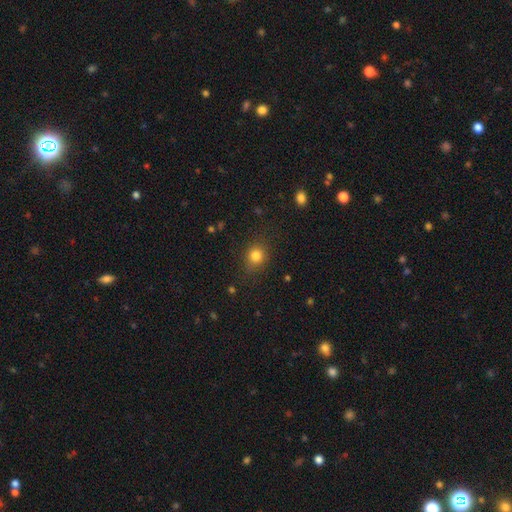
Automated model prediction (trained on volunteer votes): Smooth or featured? Predicted: smooth (p=0.82). How rounded? Predicted: round (p=0.74). Merging? Predicted: none (p=0.82).